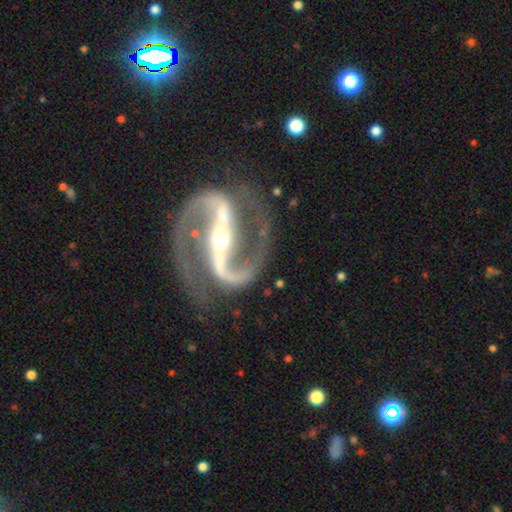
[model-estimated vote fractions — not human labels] Smooth or featured: featured or disk — 94% (star or artifact — 4%)
Edge-on disk: no — 97% (yes — 3%)
Bar: strong — 79% (weak — 14%)
Spiral arms: yes — 99% (no — 1%)
Spiral winding: medium — 62% (tight — 20%)
Spiral arm count: 2 — 95% (can't tell — 1%)
Bulge size: small — 63% (moderate — 32%)
Merging: none — 83% (minor disturbance — 11%)